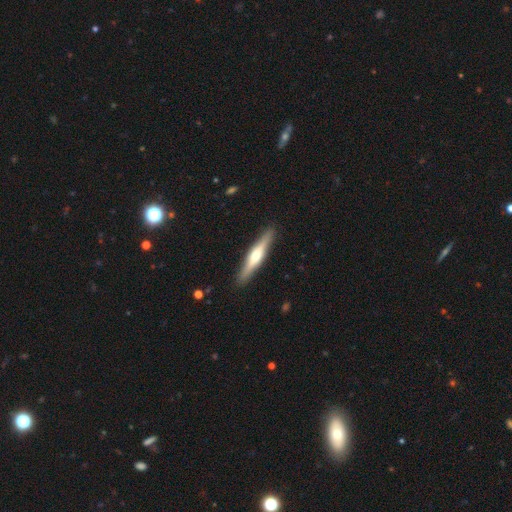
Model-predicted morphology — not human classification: A featured or disk galaxy (61%) viewed edge-on (96%) with a rounded central bulge (87%).

Vote fractions:
- Smooth or featured? featured or disk: 61% / smooth: 34% / star or artifact: 5%
- Edge-on disk? yes: 96% / no: 4%
- Edge-on bulge? rounded: 87% / none: 7% / boxy: 6%
- Merging? none: 90% / minor disturbance: 7% / major disturbance: 1% / merger: 1%